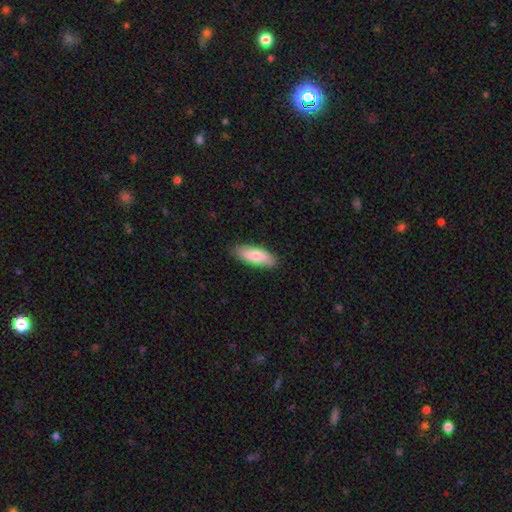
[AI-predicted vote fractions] A smooth galaxy with no disk features (77%) that is in between round and cigar-shaped (71%).

Vote fractions:
- Smooth or featured? smooth: 77% / featured or disk: 18% / star or artifact: 5%
- How rounded? in between: 71% / cigar-shaped: 26% / round: 2%
- Merging? none: 87% / minor disturbance: 10% / major disturbance: 2% / merger: 1%